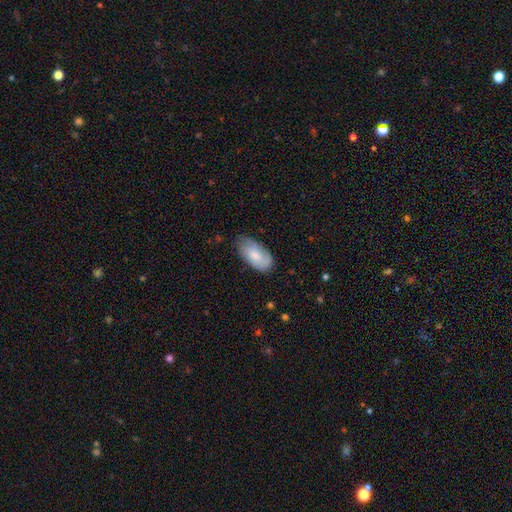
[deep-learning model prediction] Smooth or featured?
  - smooth: 67% *
  - featured or disk: 27%
  - star or artifact: 6%
How rounded?
  - in between: 94% *
  - cigar-shaped: 3%
  - round: 3%
Merging?
  - none: 64% *
  - minor disturbance: 28%
  - major disturbance: 6%
  - merger: 1%